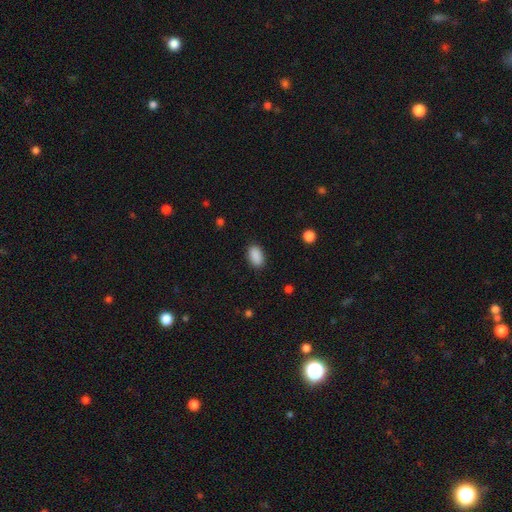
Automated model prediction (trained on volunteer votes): Smooth or featured?
  - smooth: 89% *
  - star or artifact: 8%
  - featured or disk: 3%
How rounded?
  - in between: 91% *
  - round: 7%
  - cigar-shaped: 2%
Merging?
  - none: 87% *
  - minor disturbance: 9%
  - major disturbance: 3%
  - merger: 1%